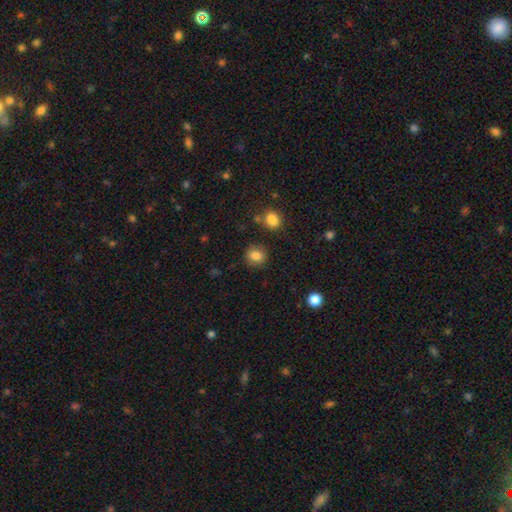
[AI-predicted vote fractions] Q: Smooth or featured?
A: smooth (84%); runner-up: star or artifact (11%)
Q: How rounded?
A: round (80%); runner-up: in between (19%)
Q: Merging?
A: none (86%); runner-up: minor disturbance (8%)